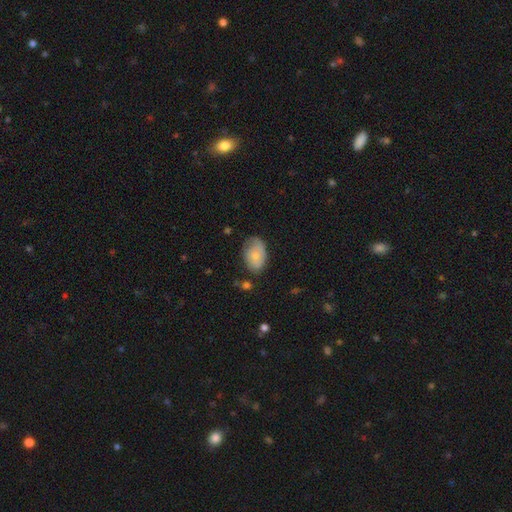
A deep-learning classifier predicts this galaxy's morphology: The model was most divided on "merging": none: 55%, minor disturbance: 33%, major disturbance: 9%, merger: 3%. More confident: how rounded — in between (85%); smooth or featured — smooth (66%).